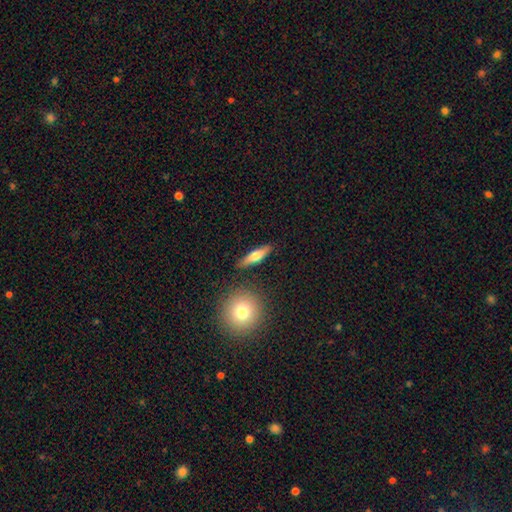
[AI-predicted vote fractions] This is likely a smooth galaxy (60%). How rounded: likely cigar-shaped (68%). Merging: clearly none (85%).